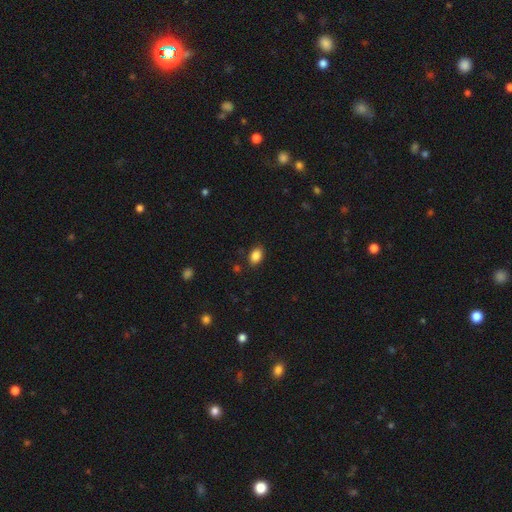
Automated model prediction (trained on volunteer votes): This appears to be a smooth galaxy with no disk features (86%) that is in between round and cigar-shaped (82%). Merging: none (85%).